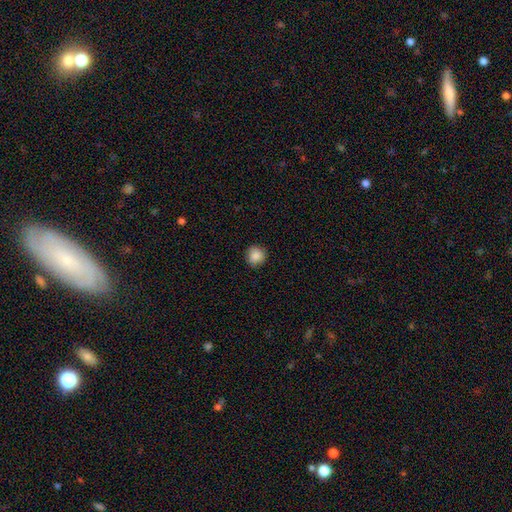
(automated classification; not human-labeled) A smooth galaxy with no disk features (87%) that is round (92%). Merging: none (89%).